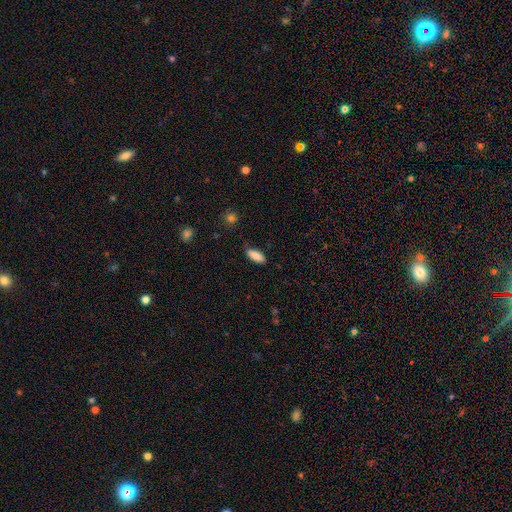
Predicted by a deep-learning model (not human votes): A smooth galaxy with no disk features (88%) that is in between round and cigar-shaped (79%).

Vote fractions:
- Smooth or featured? smooth: 88% / star or artifact: 7% / featured or disk: 6%
- How rounded? in between: 79% / cigar-shaped: 19% / round: 2%
- Merging? none: 80% / minor disturbance: 16% / major disturbance: 3% / merger: 2%